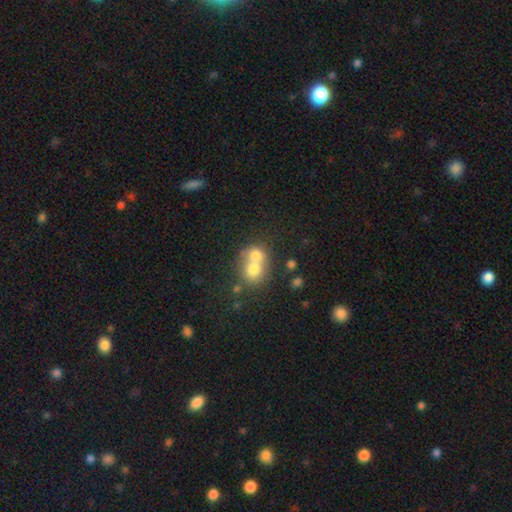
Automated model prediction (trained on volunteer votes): This appears to be a smooth galaxy with no disk features (70%) that is round (70%). Merging: merger (68%).